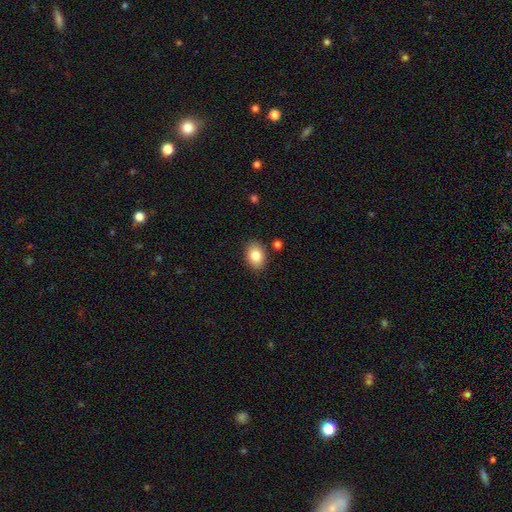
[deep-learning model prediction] Smooth or featured? Predicted: smooth (p=0.85). How rounded? Predicted: in between (p=0.76). Merging? Predicted: none (p=0.84).